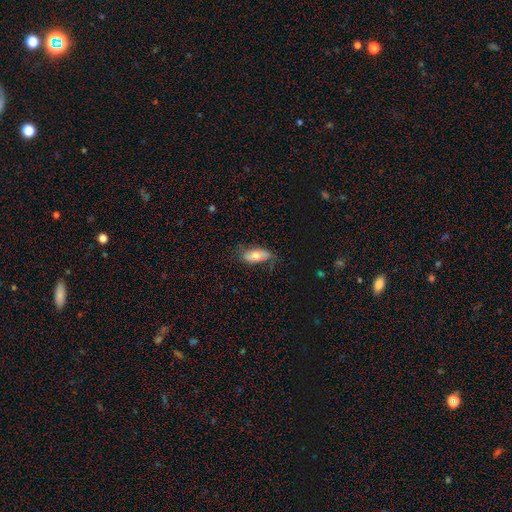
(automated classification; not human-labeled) Q: Smooth or featured?
A: smooth (61%); runner-up: featured or disk (31%)
Q: How rounded?
A: in between (85%); runner-up: cigar-shaped (12%)
Q: Merging?
A: none (54%); runner-up: minor disturbance (31%)